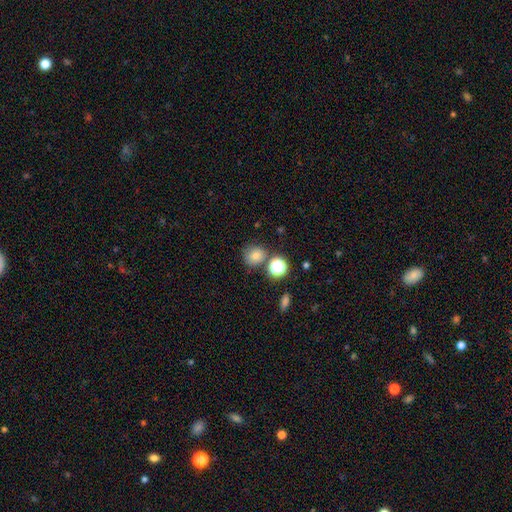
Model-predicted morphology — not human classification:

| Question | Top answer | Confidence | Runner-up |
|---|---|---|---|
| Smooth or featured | smooth | 75% | star or artifact (17%) |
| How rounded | round | 82% | in between (17%) |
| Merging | none | 72% | merger (13%) |